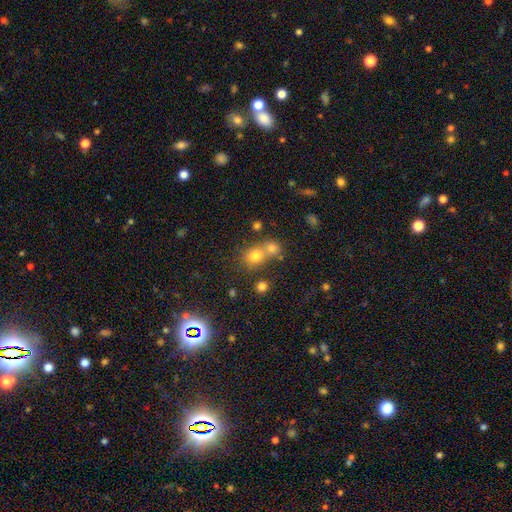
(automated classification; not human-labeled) A smooth galaxy with no disk features (72%) that is round (77%). Merging: merger (45%).